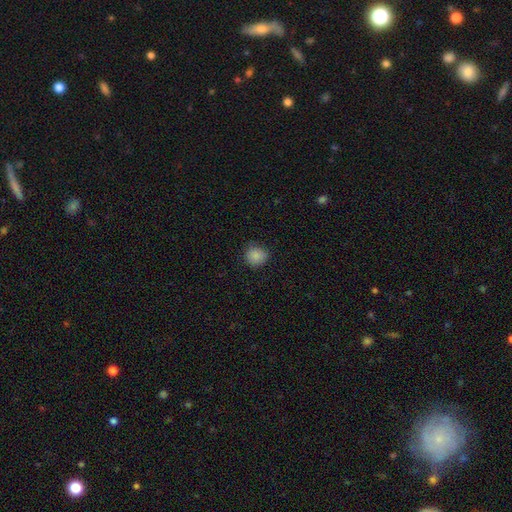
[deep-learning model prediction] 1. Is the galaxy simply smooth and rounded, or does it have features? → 86% smooth, 10% star or artifact, 4% featured or disk.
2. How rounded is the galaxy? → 84% round, 15% in between, 1% cigar-shaped.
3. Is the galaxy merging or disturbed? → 81% none, 15% minor disturbance, 3% major disturbance, 1% merger.